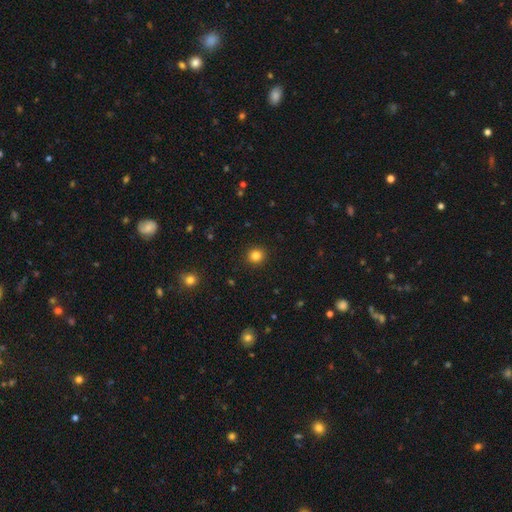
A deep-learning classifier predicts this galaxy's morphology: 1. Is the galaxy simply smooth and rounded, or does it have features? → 83% smooth, 12% star or artifact, 5% featured or disk.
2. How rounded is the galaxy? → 91% round, 8% in between, 1% cigar-shaped.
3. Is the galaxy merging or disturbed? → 92% none, 5% minor disturbance, 2% major disturbance, 1% merger.